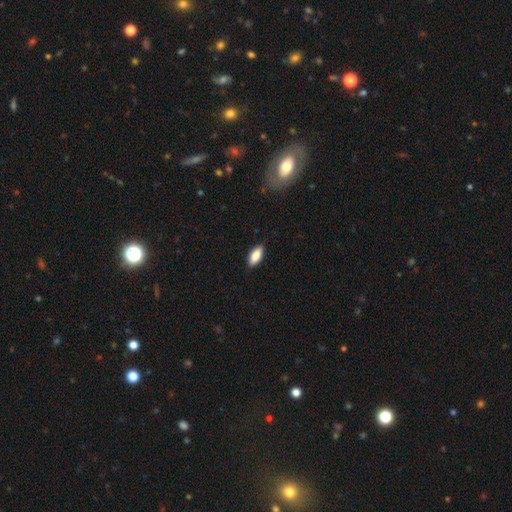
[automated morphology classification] Smooth or featured?
  - smooth: 86% *
  - featured or disk: 8%
  - star or artifact: 6%
How rounded?
  - in between: 81% *
  - cigar-shaped: 16%
  - round: 2%
Merging?
  - none: 87% *
  - minor disturbance: 10%
  - major disturbance: 2%
  - merger: 1%